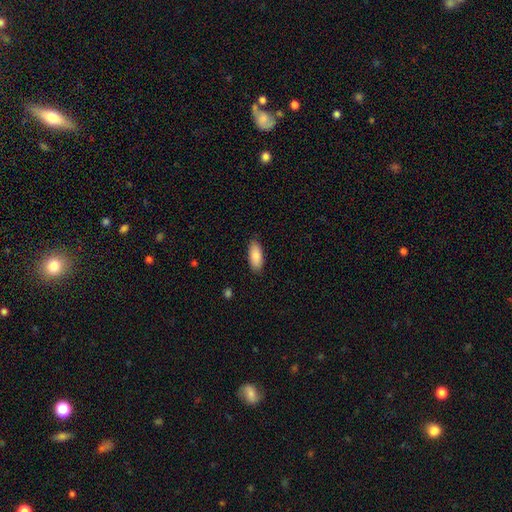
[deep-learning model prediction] Q: Smooth or featured?
A: smooth (87%); runner-up: featured or disk (7%)
Q: How rounded?
A: in between (85%); runner-up: cigar-shaped (13%)
Q: Merging?
A: none (87%); runner-up: minor disturbance (10%)